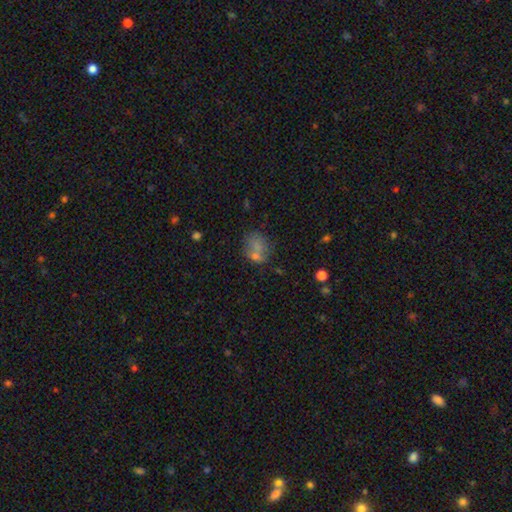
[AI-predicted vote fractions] smooth 67%, featured or disk 18%, star or artifact 16%. Down the decision tree: how rounded — in between (50%); merging — none (41%).